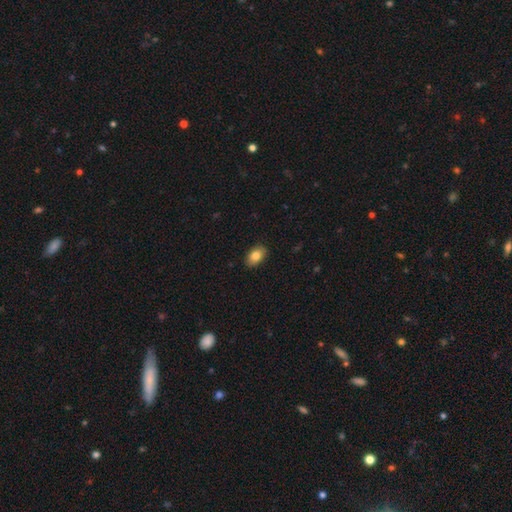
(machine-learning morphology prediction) Smooth or featured? Predicted: smooth (p=0.84). How rounded? Predicted: in between (p=0.90). Merging? Predicted: none (p=0.88).